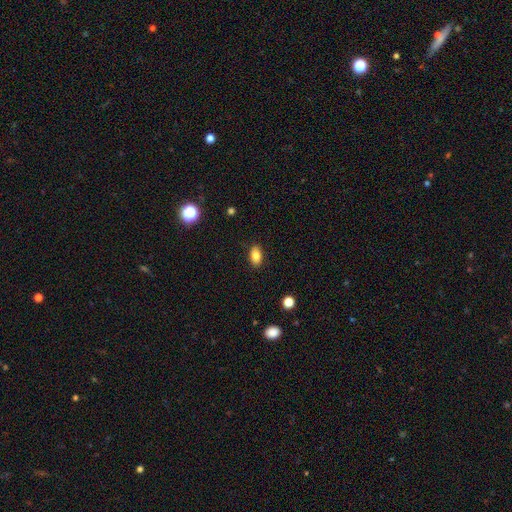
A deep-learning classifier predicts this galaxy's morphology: type=smooth (82%); roundness=in between (89%); merging=none (88%).